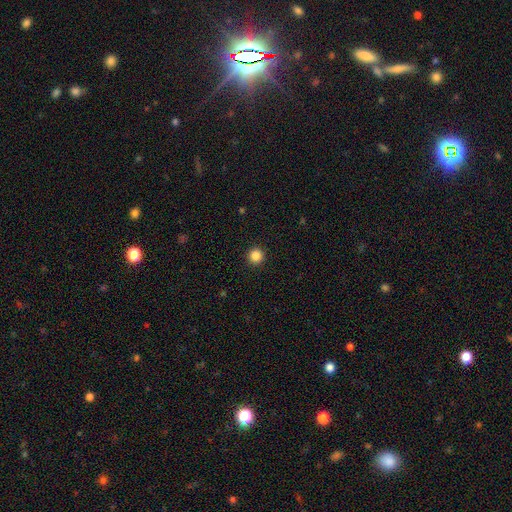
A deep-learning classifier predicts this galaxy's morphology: type=smooth (85%); roundness=round (96%); merging=none (93%).